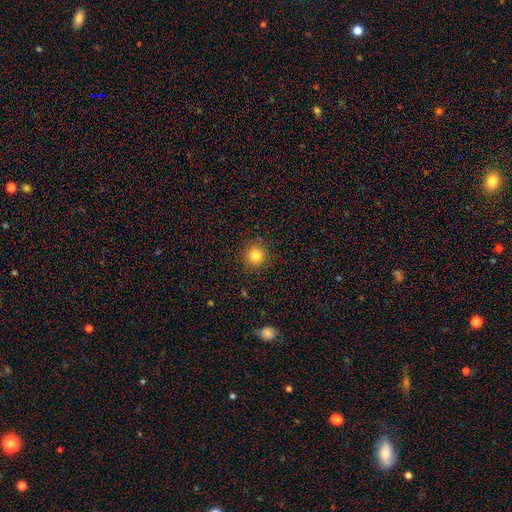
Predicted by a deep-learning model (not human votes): smooth 82%, star or artifact 12%, featured or disk 6%. Down the decision tree: how rounded — round (92%); merging — none (90%).